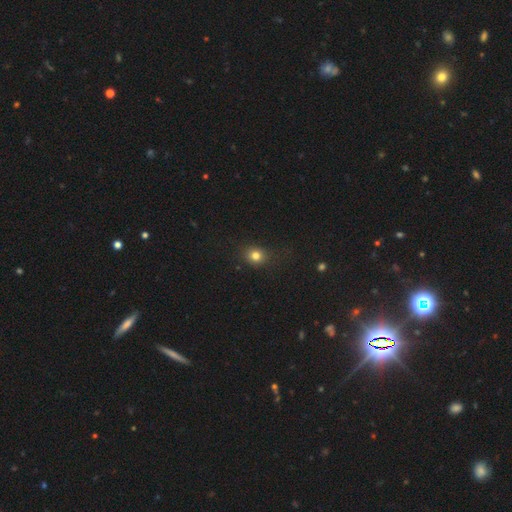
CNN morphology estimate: smooth-or-featured: smooth: 79% | star or artifact: 14% | featured or disk: 7%
  how-rounded: round: 75% | in between: 24% | cigar-shaped: 1%
  merging: none: 82% | minor disturbance: 12% | major disturbance: 4% | merger: 1%